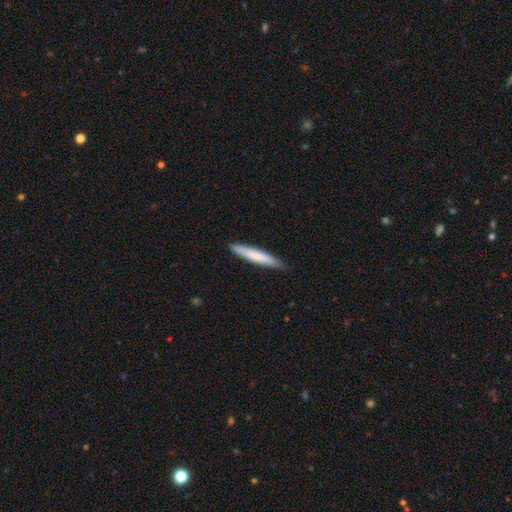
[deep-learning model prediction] Overall: smooth (72%). How rounded: cigar-shaped (93%). Merging: none (86%).